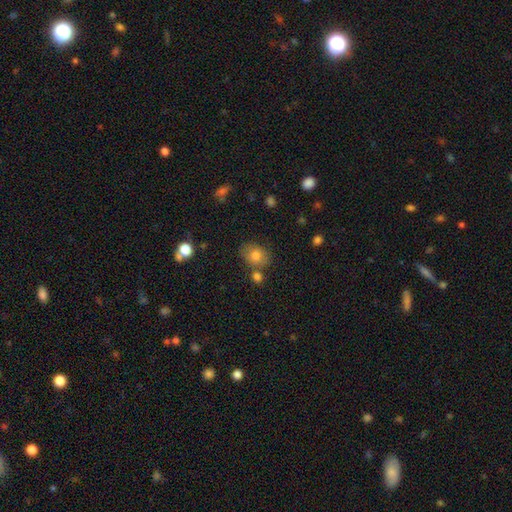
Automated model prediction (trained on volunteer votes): Q: Smooth or featured?
A: smooth (78%); runner-up: featured or disk (11%)
Q: How rounded?
A: in between (55%); runner-up: round (44%)
Q: Merging?
A: none (67%); runner-up: minor disturbance (16%)